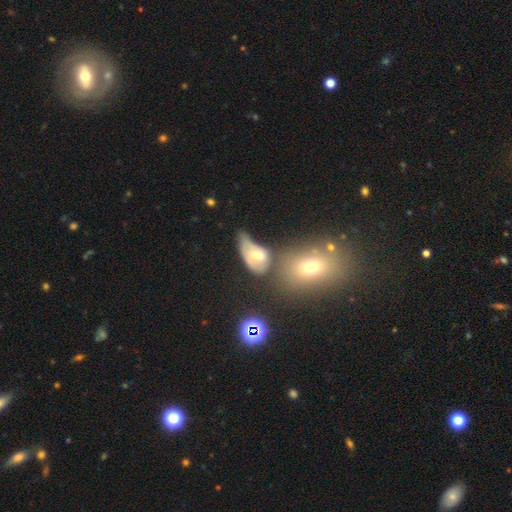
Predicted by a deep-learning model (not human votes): Morphology: type=smooth (54%); roundness=in between (80%); merging=major disturbance (31%).